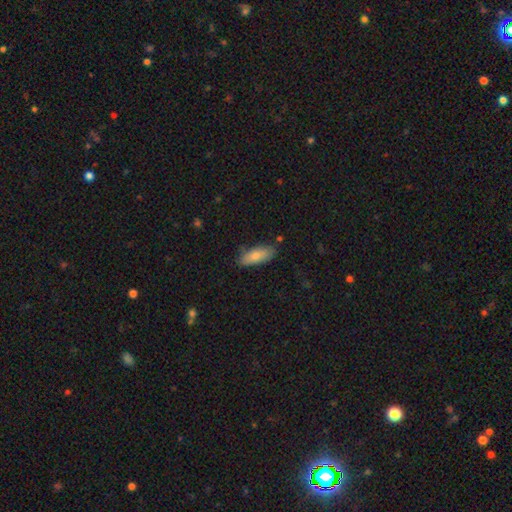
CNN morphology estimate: Smooth or featured? Predicted: smooth (p=0.79). How rounded? Predicted: in between (p=0.73). Merging? Predicted: none (p=0.78).